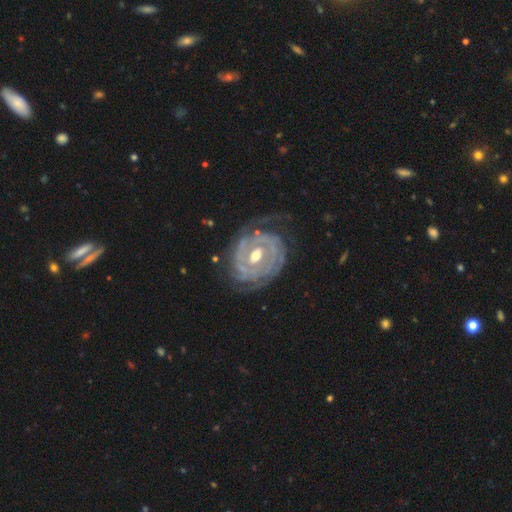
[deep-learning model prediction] featured or disk 90%, smooth 6%, star or artifact 4%. Down the decision tree: edge-on disk — no (97%); bar — weak (46%); spiral arms — yes (95%); spiral arm count — can't tell (30%, tied with 2); spiral winding — tight (79%); bulge size — moderate (70%); merging — none (68%).